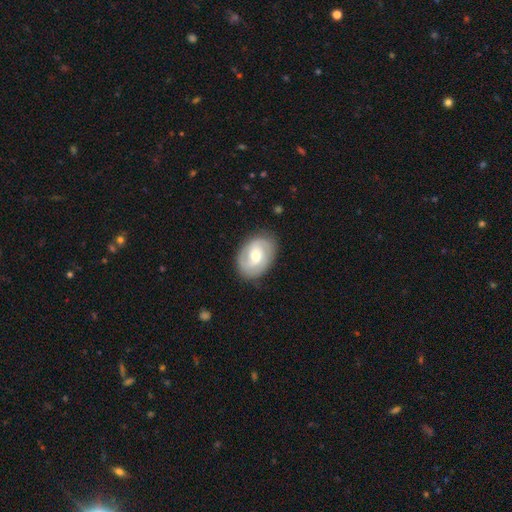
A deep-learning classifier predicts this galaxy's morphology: This appears to be a featured or disk galaxy (70%) with no bar (45%), 2 (74%) tight (45%) spiral arms (85%) and a moderate central bulge (66%). Merging: none (82%).